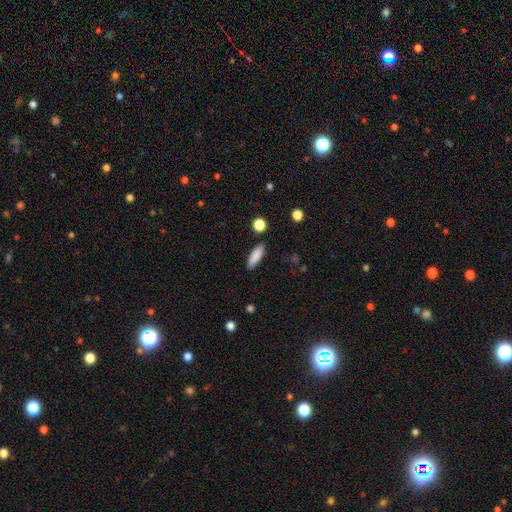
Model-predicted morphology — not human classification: Smooth or featured: smooth — 86% (star or artifact — 7%)
How rounded: cigar-shaped — 53% (in between — 45%)
Merging: none — 87% (minor disturbance — 9%)